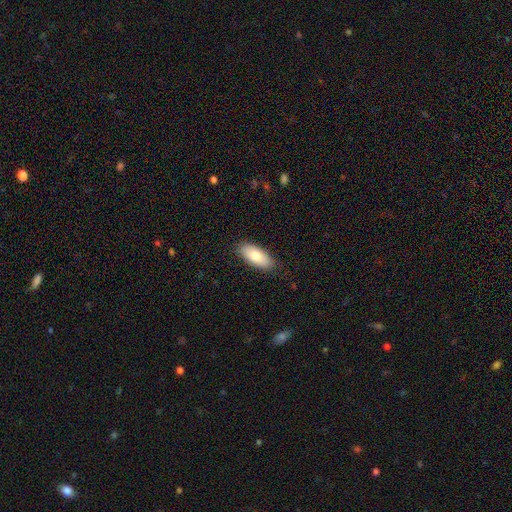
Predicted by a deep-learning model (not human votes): Morphology: type=smooth (78%); roundness=in between (86%); merging=none (87%).